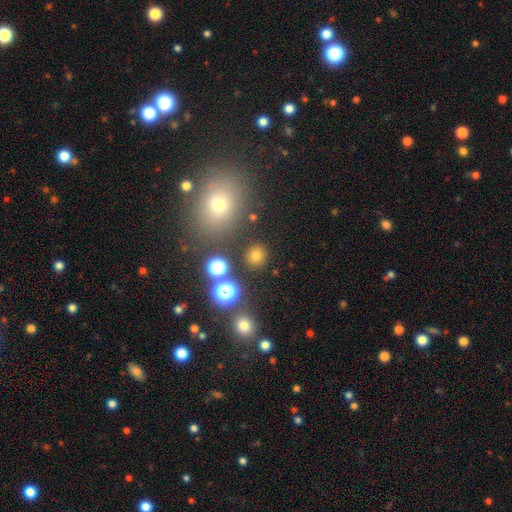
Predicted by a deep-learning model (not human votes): smooth 73%, star or artifact 21%, featured or disk 6%. Down the decision tree: how rounded — round (89%); merging — none (87%).